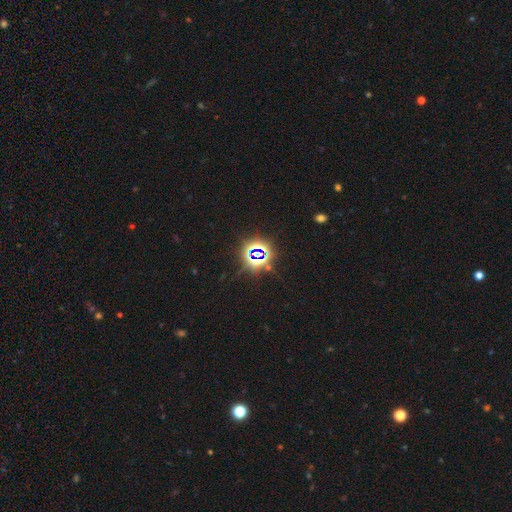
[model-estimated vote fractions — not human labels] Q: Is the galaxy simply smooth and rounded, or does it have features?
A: star or artifact — 79%.